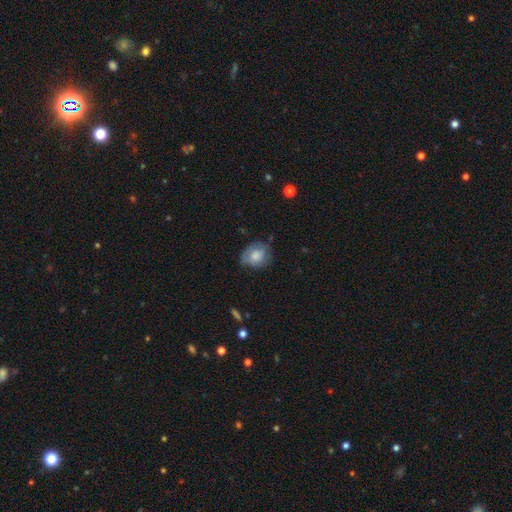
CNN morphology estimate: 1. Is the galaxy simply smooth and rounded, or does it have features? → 67% smooth, 26% featured or disk, 8% star or artifact.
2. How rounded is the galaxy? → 51% round, 48% in between, 1% cigar-shaped.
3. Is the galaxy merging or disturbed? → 60% none, 29% minor disturbance, 9% major disturbance, 2% merger.